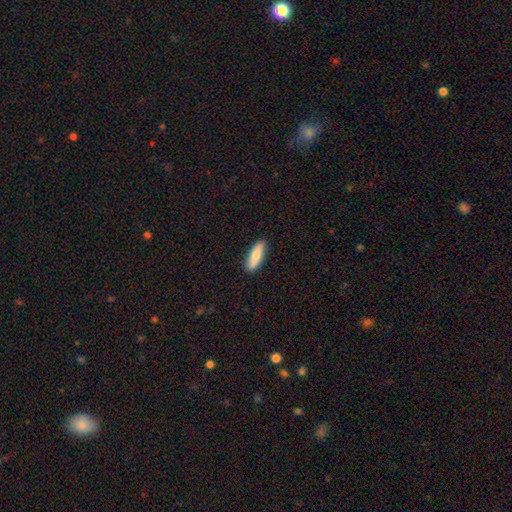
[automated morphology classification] Smooth or featured: smooth — 75% (featured or disk — 20%)
How rounded: in between — 49% (cigar-shaped — 48%)
Merging: none — 88% (minor disturbance — 9%)